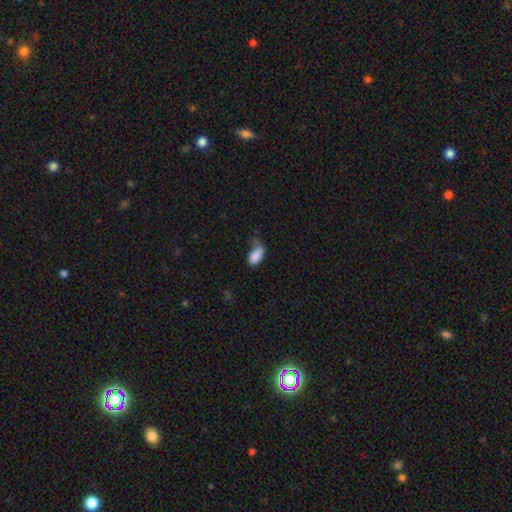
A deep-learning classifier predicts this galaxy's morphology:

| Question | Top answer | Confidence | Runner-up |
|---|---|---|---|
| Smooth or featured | smooth | 82% | featured or disk (10%) |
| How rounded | in between | 93% | round (4%) |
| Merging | minor disturbance | 35% | major disturbance (31%) |